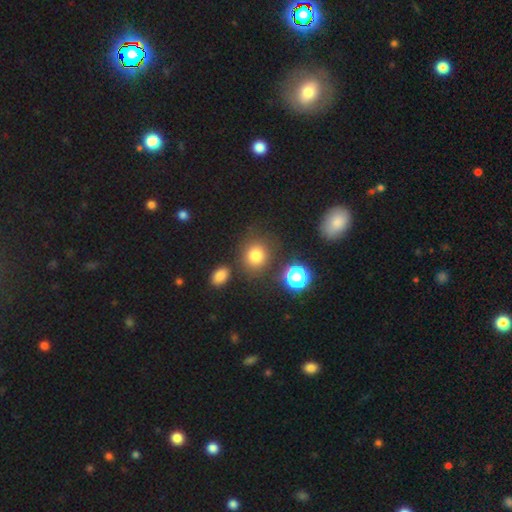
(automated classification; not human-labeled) The model was most divided on "how rounded": round: 78%, in between: 21%, cigar-shaped: 1%. More confident: merging — none (78%); smooth or featured — smooth (77%).